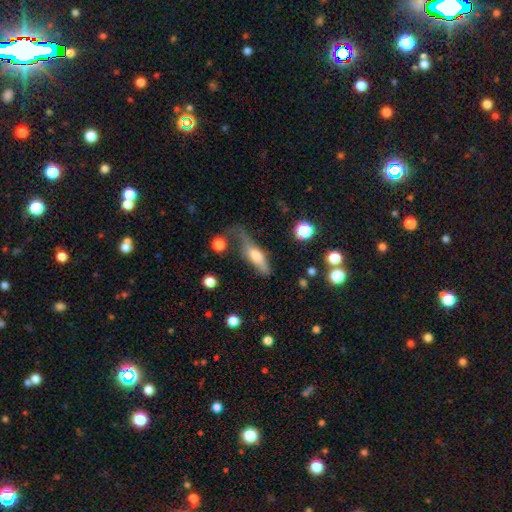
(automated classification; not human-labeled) Overall: smooth (61%; featured or disk 32%). How rounded: in between (51%; cigar-shaped 45%). Merging: none (33%; major disturbance 31%).